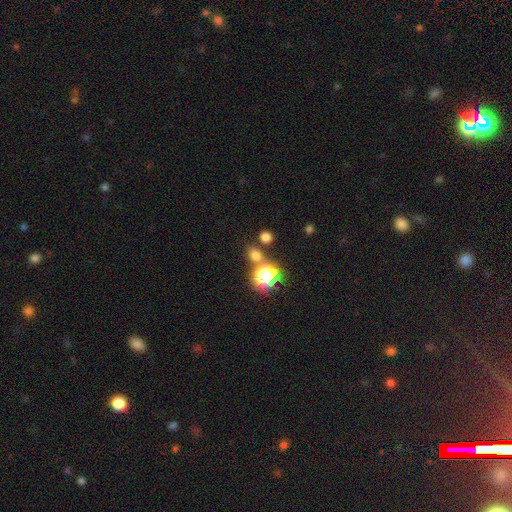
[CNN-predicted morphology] Smooth or featured?
  - smooth: 68% *
  - star or artifact: 27%
  - featured or disk: 6%
How rounded?
  - round: 71% *
  - in between: 27%
  - cigar-shaped: 1%
Merging?
  - none: 74% *
  - merger: 15%
  - minor disturbance: 8%
  - major disturbance: 3%